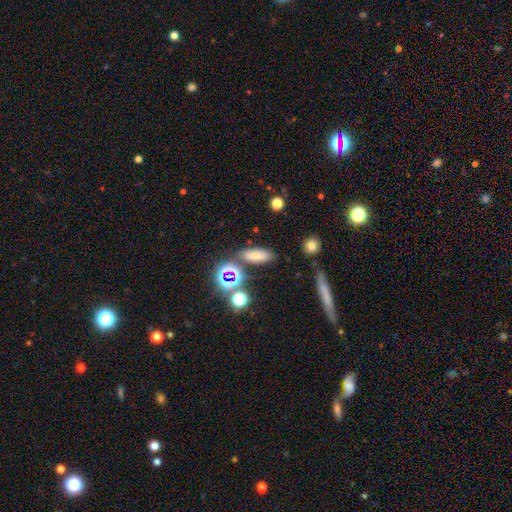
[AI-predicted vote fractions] Smooth or featured: smooth — 66% (star or artifact — 20%)
How rounded: in between — 70% (cigar-shaped — 21%)
Merging: none — 75% (minor disturbance — 13%)